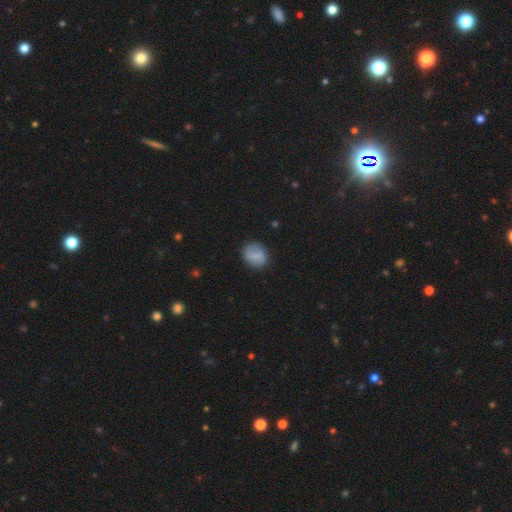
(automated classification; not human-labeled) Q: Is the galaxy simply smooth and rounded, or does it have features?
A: smooth — 70%.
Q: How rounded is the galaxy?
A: round — 58%.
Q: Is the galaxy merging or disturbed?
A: none — 80%.